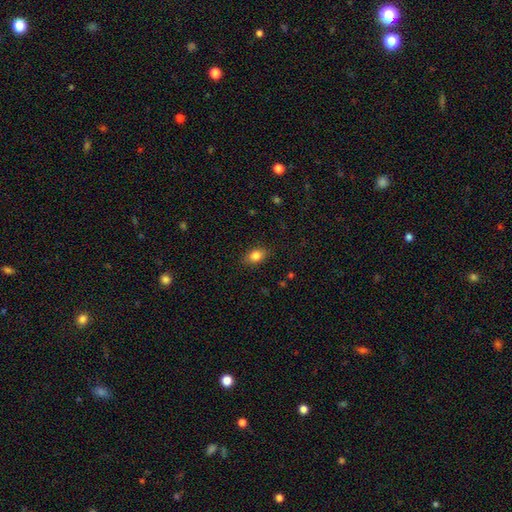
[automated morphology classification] A smooth galaxy with no disk features (83%) that is in between round and cigar-shaped (79%).

Vote fractions:
- Smooth or featured? smooth: 83% / star or artifact: 9% / featured or disk: 8%
- How rounded? in between: 79% / round: 19% / cigar-shaped: 2%
- Merging? none: 86% / minor disturbance: 10% / major disturbance: 3% / merger: 1%